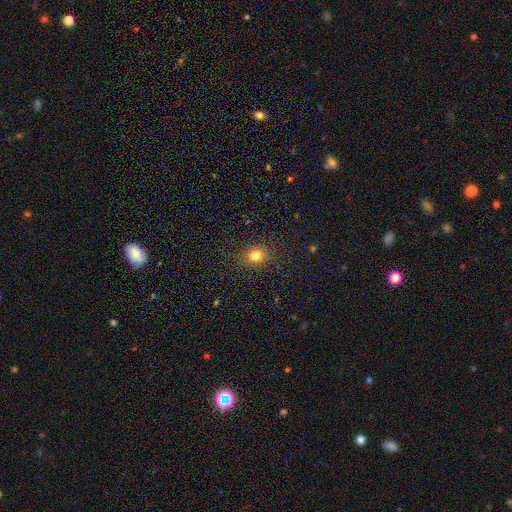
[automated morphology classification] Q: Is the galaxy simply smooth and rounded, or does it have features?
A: smooth — 80%.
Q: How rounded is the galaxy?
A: round — 63%.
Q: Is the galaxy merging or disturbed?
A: none — 88%.